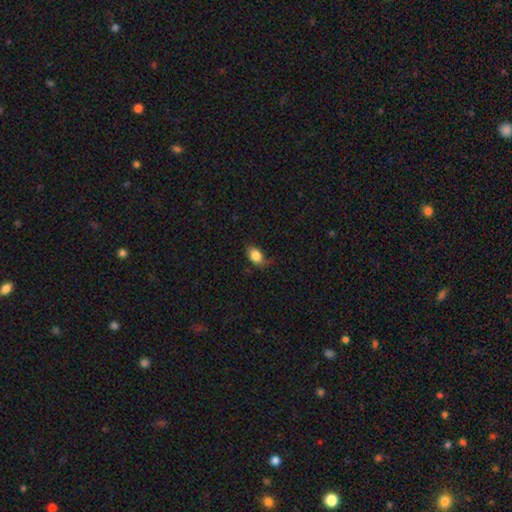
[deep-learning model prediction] This is clearly a smooth galaxy (85%). How rounded: clearly in between (83%). Merging: likely none (67%).